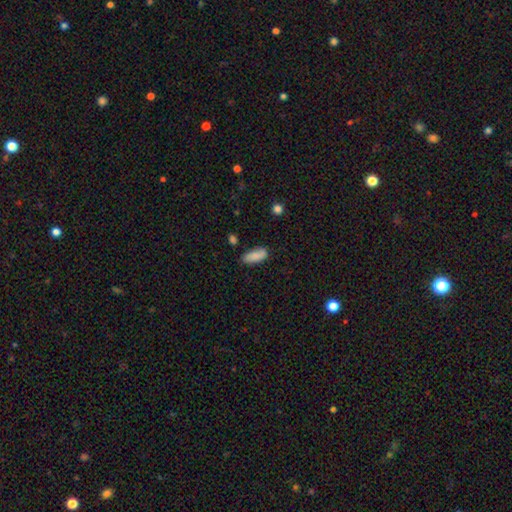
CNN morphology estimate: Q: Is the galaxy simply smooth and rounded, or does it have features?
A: smooth — 85%.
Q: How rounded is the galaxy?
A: in between — 82%.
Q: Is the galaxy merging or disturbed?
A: none — 74%.